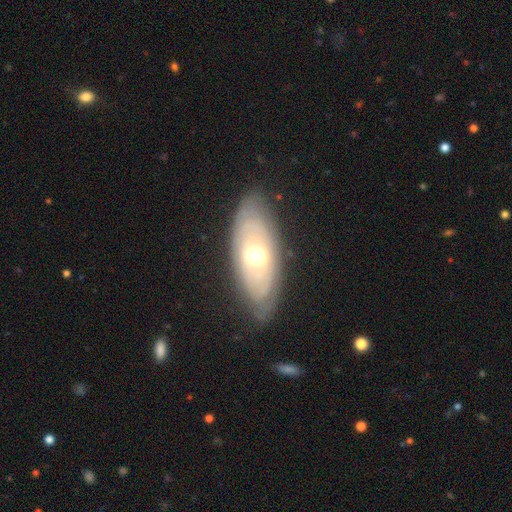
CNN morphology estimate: smooth_or_featured: featured or disk (p=0.63) [alt: smooth p=0.31]
disk_edge_on: no (p=0.83) [alt: yes p=0.17]
bar: no (p=0.74) [alt: weak p=0.20]
has_spiral_arms: no (p=0.54) [alt: yes p=0.46]
bulge_size: moderate (p=0.74) [alt: small p=0.12]
merging: none (p=0.77) [alt: minor disturbance p=0.17]